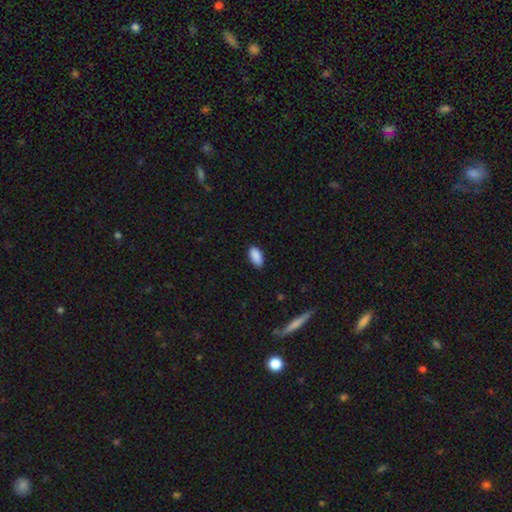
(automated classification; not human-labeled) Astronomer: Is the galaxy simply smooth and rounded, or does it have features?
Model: smooth — 90%.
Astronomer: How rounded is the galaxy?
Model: in between — 93%.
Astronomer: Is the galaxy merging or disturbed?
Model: none — 86%.